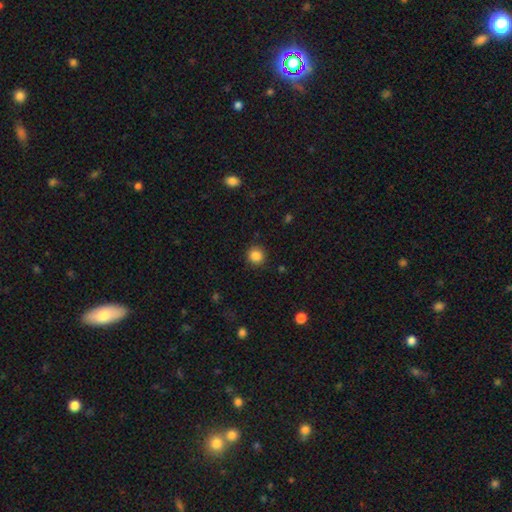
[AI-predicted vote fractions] Smooth or featured? smooth (85%)
How rounded? round (92%)
Merging? none (90%)